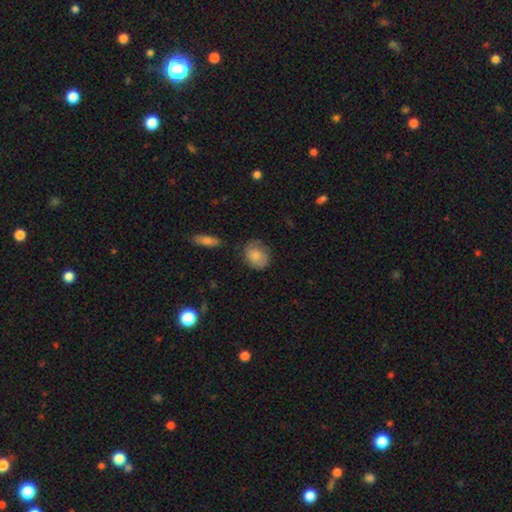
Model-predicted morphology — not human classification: type=smooth (76%); roundness=round (53%); merging=none (66%).